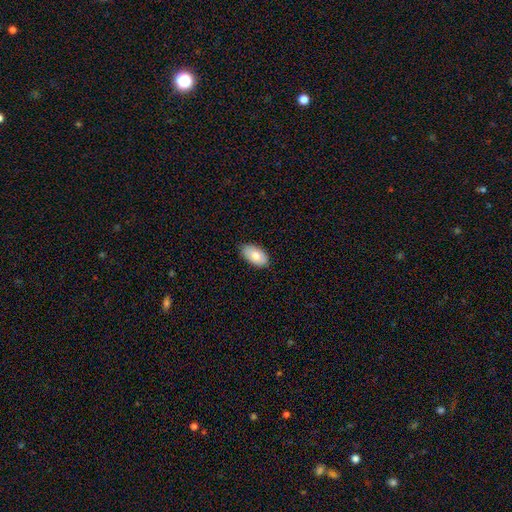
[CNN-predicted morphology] Smooth or featured: smooth — 77% (featured or disk — 17%)
How rounded: in between — 94% (round — 4%)
Merging: none — 84% (minor disturbance — 13%)